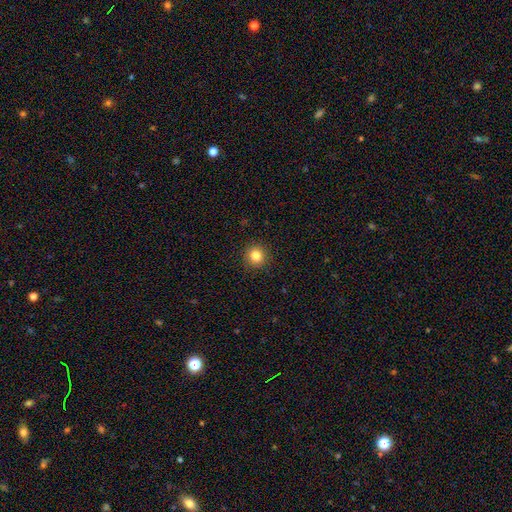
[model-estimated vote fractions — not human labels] Smooth or featured? smooth (83%)
How rounded? round (91%)
Merging? none (91%)